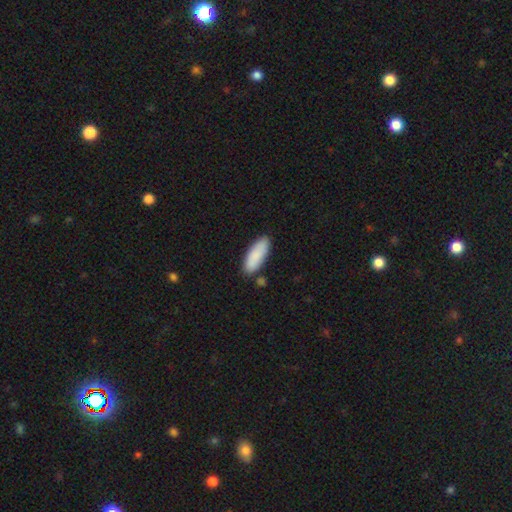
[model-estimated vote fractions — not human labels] A smooth galaxy with no disk features (87%) that is in between round and cigar-shaped (72%). Merging: none (81%).